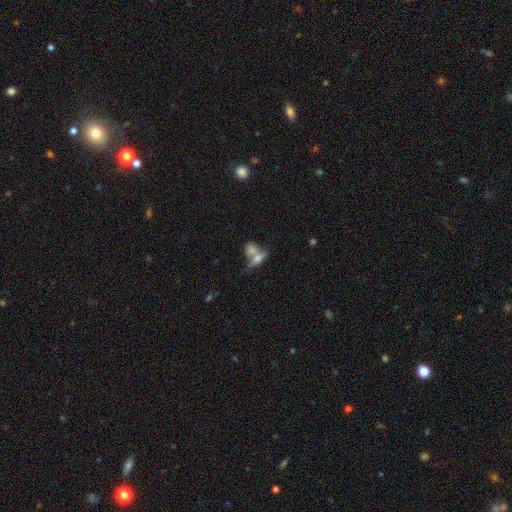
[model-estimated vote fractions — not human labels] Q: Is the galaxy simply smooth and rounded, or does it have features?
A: smooth — 62%.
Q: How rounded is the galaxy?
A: in between — 61%.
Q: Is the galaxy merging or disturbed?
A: merger — 50%.